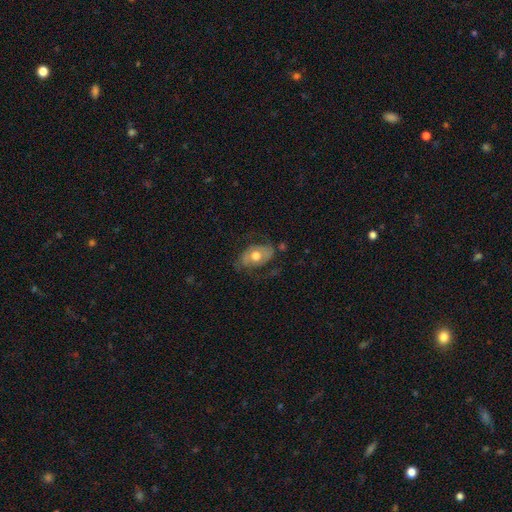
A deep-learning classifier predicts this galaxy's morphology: This is likely a featured or disk galaxy (62%). It is clearly not viewed edge-on (94%). Bar: likely no (75%). Spiral arm pattern: likely yes (68%). Central bulge: likely moderate (65%). Merging: possibly none (58%).